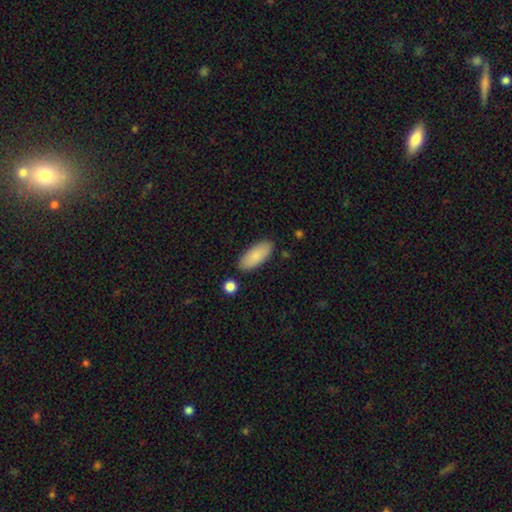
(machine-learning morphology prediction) A smooth galaxy with no disk features (86%) that is in between round and cigar-shaped (85%).

Vote fractions:
- Smooth or featured? smooth: 86% / featured or disk: 8% / star or artifact: 6%
- How rounded? in between: 85% / cigar-shaped: 13% / round: 2%
- Merging? none: 85% / minor disturbance: 10% / merger: 3% / major disturbance: 2%